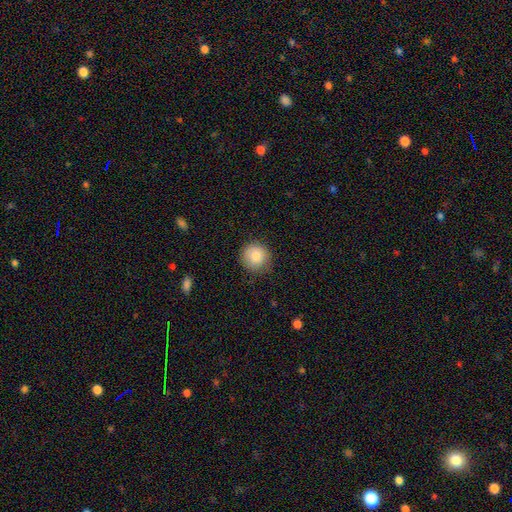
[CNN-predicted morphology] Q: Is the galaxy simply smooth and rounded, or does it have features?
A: smooth — 86%.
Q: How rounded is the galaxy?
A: round — 93%.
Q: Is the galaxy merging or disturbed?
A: none — 83%.